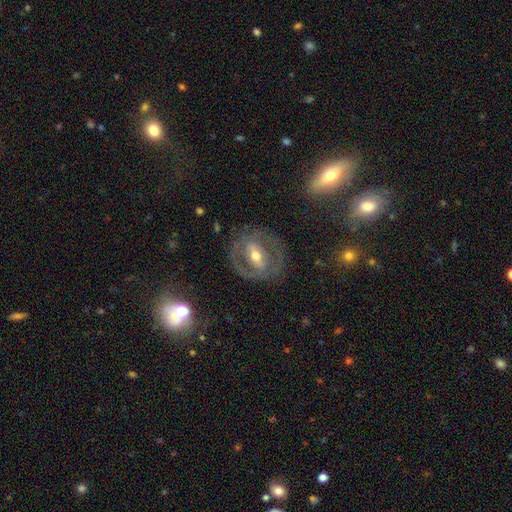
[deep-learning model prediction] This is likely a featured or disk galaxy (74%). It is clearly not viewed edge-on (91%). Bar: possibly strong (51%). Spiral arm pattern: possibly yes (51%). Central bulge: likely moderate (66%). Merging: likely none (72%).